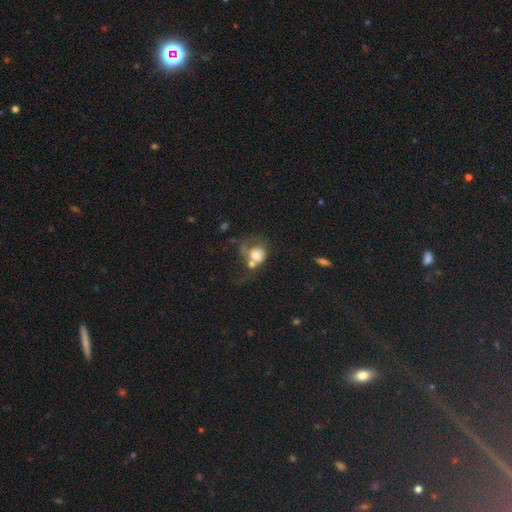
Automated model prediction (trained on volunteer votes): This appears to be a smooth galaxy with no disk features (56%) that is round (62%). Merging: merger (43%).